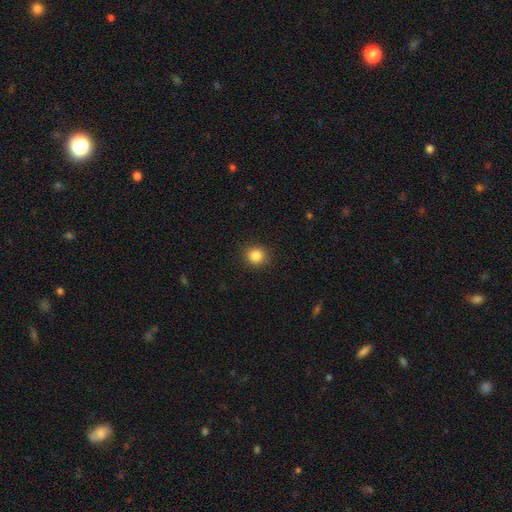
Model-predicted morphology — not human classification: Smooth or featured? Predicted: smooth (p=0.85). How rounded? Predicted: round (p=0.88). Merging? Predicted: none (p=0.91).